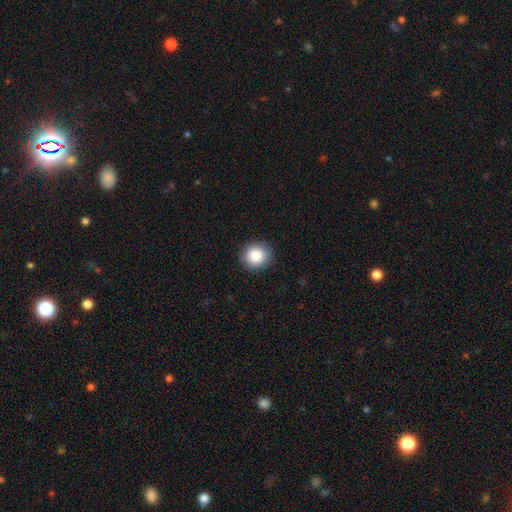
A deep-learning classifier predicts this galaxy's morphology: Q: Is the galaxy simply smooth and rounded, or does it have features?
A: smooth — 88%.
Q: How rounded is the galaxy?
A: round — 88%.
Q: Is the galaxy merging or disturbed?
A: none — 90%.